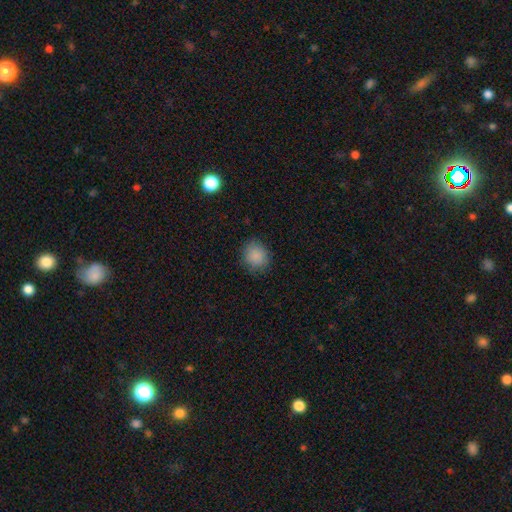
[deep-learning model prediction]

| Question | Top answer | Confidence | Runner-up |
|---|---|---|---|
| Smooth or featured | smooth | 87% | star or artifact (9%) |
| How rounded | round | 78% | in between (21%) |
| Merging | none | 84% | minor disturbance (11%) |